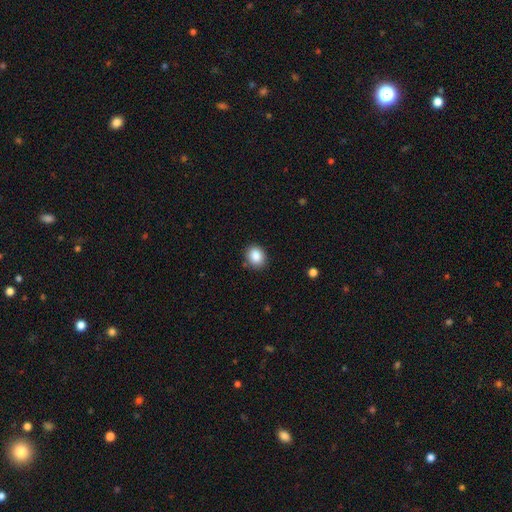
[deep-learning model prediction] Smooth or featured: smooth — 87% (star or artifact — 9%)
How rounded: round — 58% (in between — 41%)
Merging: none — 86% (minor disturbance — 10%)